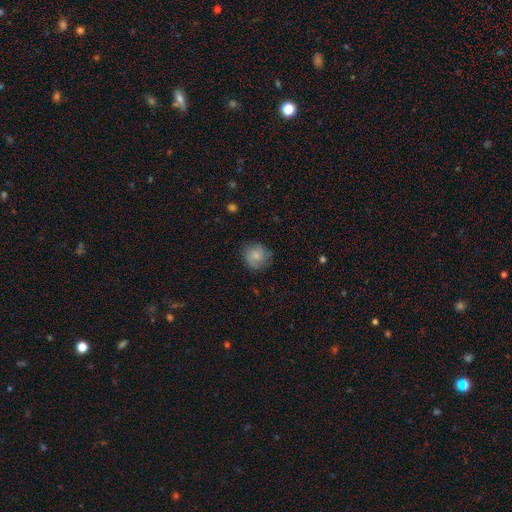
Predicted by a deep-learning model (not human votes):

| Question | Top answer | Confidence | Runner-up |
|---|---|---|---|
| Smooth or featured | smooth | 55% | featured or disk (36%) |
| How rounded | round | 84% | in between (15%) |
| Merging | none | 75% | minor disturbance (18%) |